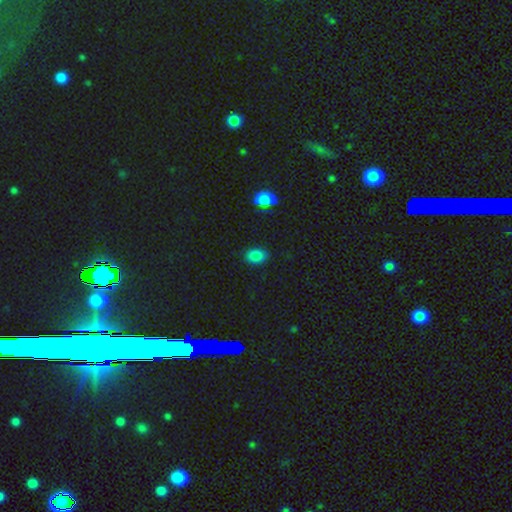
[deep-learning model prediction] Smooth or featured? Predicted: smooth (p=0.83). How rounded? Predicted: in between (p=0.77). Merging? Predicted: none (p=0.86).